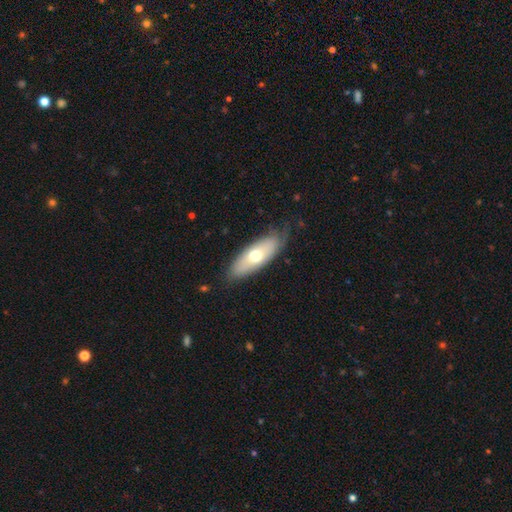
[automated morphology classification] This appears to be a smooth galaxy with no disk features (60%) that is in between round and cigar-shaped (70%). Merging: none (76%).